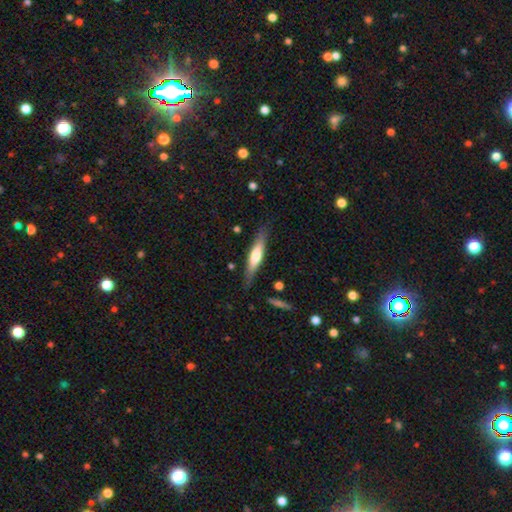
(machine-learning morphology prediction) smooth 52%, featured or disk 43%, star or artifact 5%. Down the decision tree: how rounded — cigar-shaped (83%); merging — none (82%).